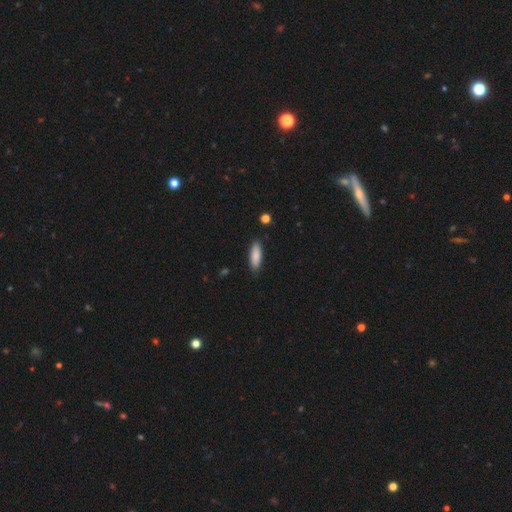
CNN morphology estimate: A smooth galaxy with no disk features (87%) that is in between round and cigar-shaped (55%).

Vote fractions:
- Smooth or featured? smooth: 87% / featured or disk: 7% / star or artifact: 6%
- How rounded? in between: 55% / cigar-shaped: 44% / round: 2%
- Merging? none: 87% / minor disturbance: 10% / major disturbance: 2% / merger: 1%